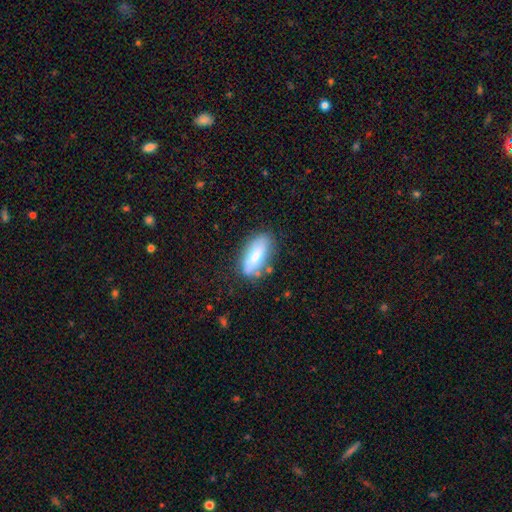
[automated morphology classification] A smooth galaxy with no disk features (60%) that is in between round and cigar-shaped (84%). Merging: none (77%).